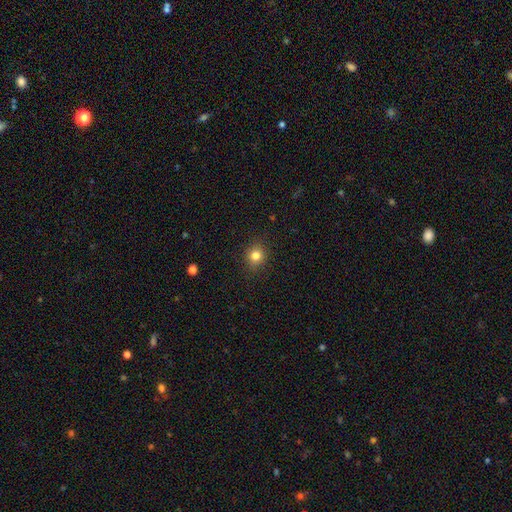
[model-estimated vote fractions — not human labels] The model was most divided on "how rounded": round: 83%, in between: 16%, cigar-shaped: 1%. More confident: merging — none (90%); smooth or featured — smooth (82%).